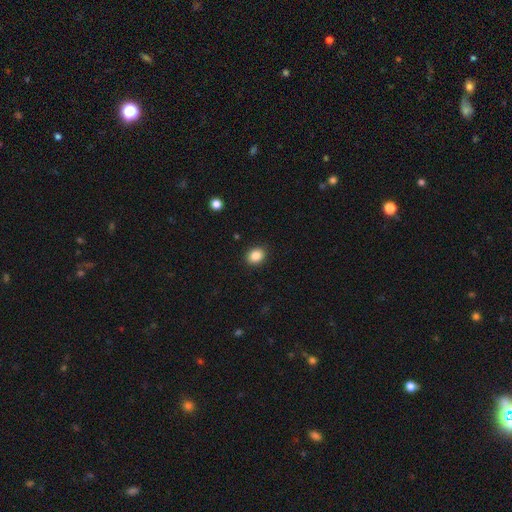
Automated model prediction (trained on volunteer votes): smooth 87%, star or artifact 9%, featured or disk 4%. Down the decision tree: how rounded — round (53%); merging — none (90%).